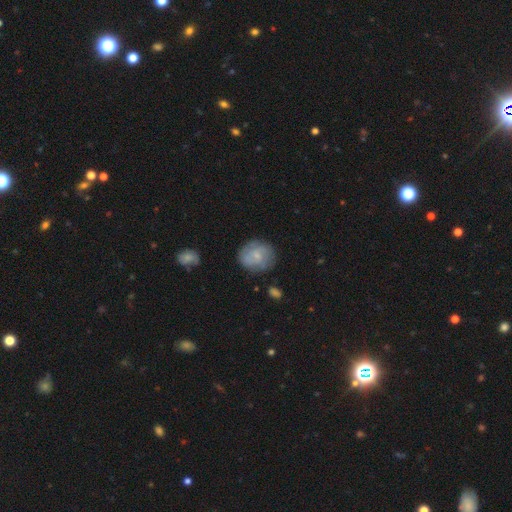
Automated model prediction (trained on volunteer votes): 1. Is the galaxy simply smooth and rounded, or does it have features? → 47% smooth, 46% featured or disk, 7% star or artifact.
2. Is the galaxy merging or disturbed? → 74% none, 18% minor disturbance, 6% major disturbance, 2% merger.